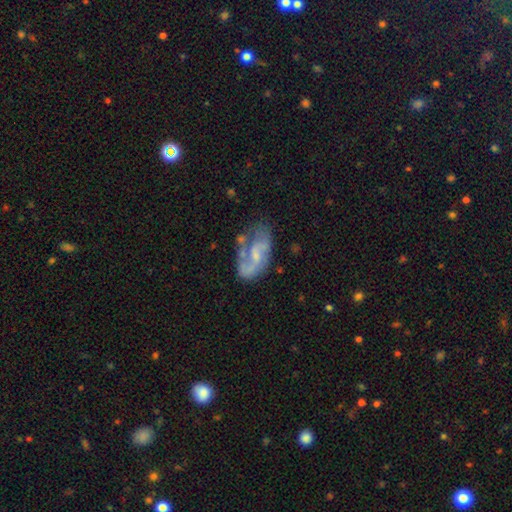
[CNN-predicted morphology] Smooth or featured: featured or disk — 70% (smooth — 22%)
Edge-on disk: no — 96% (yes — 4%)
Bar: no — 49% (weak — 41%)
Spiral arms: yes — 77% (no — 23%)
Spiral winding: medium — 41% (loose — 38%)
Spiral arm count: 2 — 63% (can't tell — 16%)
Bulge size: small — 53% (moderate — 26%)
Merging: none — 45% (minor disturbance — 27%)